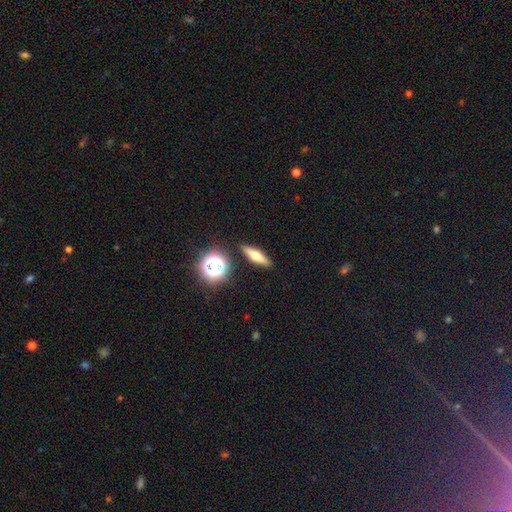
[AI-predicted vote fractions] Smooth or featured? Predicted: smooth (p=0.46). Merging? Predicted: none (p=0.89).